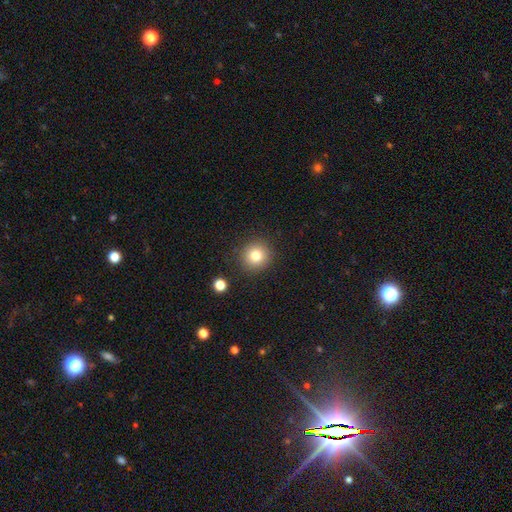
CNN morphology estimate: Smooth or featured? Predicted: smooth (p=0.80). How rounded? Predicted: round (p=0.92). Merging? Predicted: none (p=0.89).